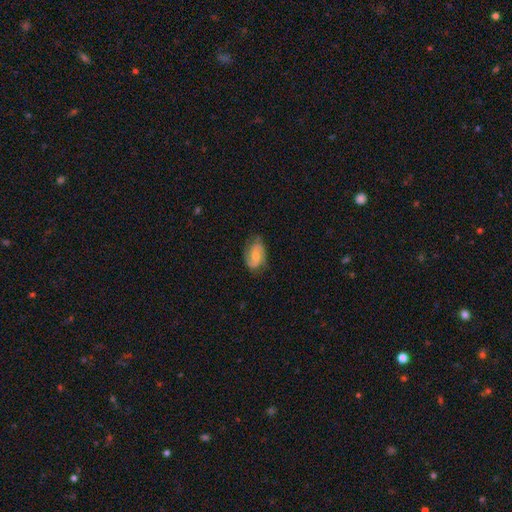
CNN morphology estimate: Smooth or featured: featured or disk — 65% (smooth — 28%)
Edge-on disk: no — 97% (yes — 3%)
Bar: no — 53% (weak — 39%)
Spiral arms: yes — 91% (no — 9%)
Spiral winding: medium — 46% (loose — 28%)
Spiral arm count: 2 — 82% (can't tell — 9%)
Bulge size: moderate — 57% (small — 34%)
Merging: none — 69% (minor disturbance — 23%)